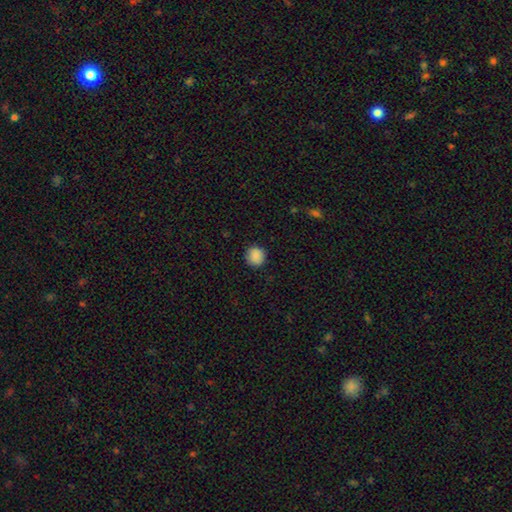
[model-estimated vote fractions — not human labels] smooth 89%, star or artifact 9%, featured or disk 3%. Down the decision tree: how rounded — round (92%); merging — none (90%).